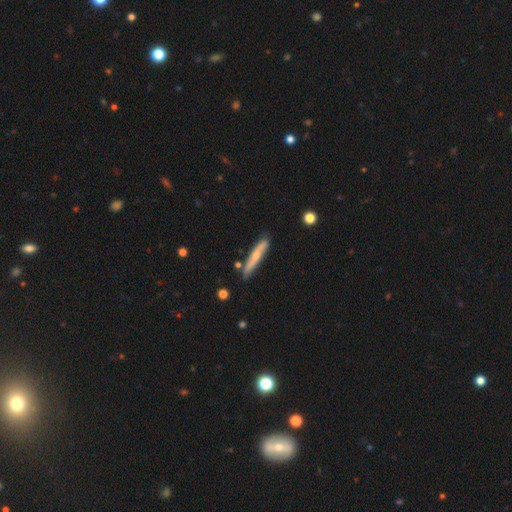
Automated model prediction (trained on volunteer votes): smooth-or-featured: smooth: 54% | featured or disk: 40% | star or artifact: 6%
  how-rounded: cigar-shaped: 93% | in between: 6% | round: 1%
  merging: none: 79% | minor disturbance: 15% | merger: 4% | major disturbance: 2%